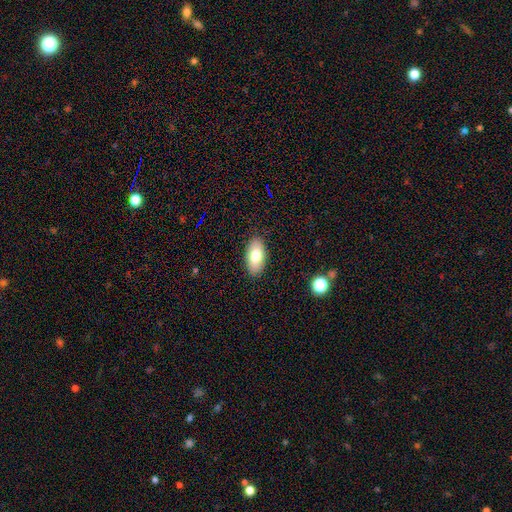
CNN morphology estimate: Smooth or featured? smooth (77%)
How rounded? in between (93%)
Merging? none (88%)